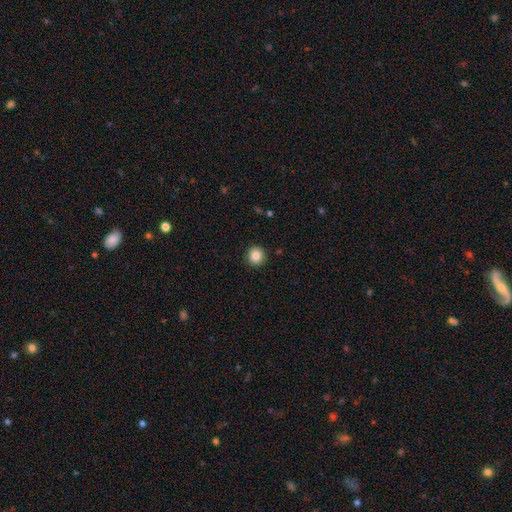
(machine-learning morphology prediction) smooth_or_featured: smooth (p=0.86) [alt: star or artifact p=0.10]
how_rounded: round (p=0.92) [alt: in between p=0.07]
merging: none (p=0.90) [alt: minor disturbance p=0.07]